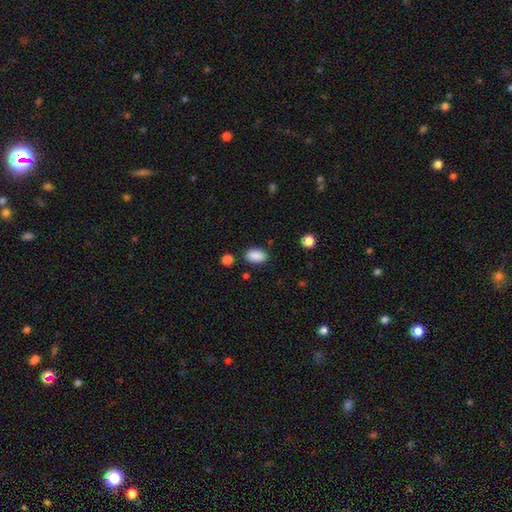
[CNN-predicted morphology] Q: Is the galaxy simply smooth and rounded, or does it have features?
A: smooth — 89%.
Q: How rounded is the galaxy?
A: in between — 89%.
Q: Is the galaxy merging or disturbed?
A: none — 83%.